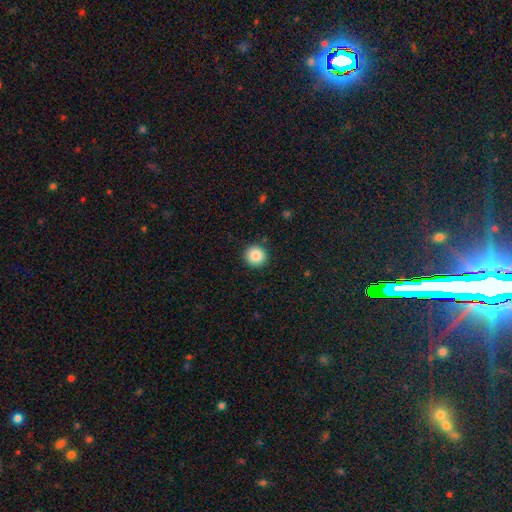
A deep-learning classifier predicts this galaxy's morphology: type=smooth (87%); roundness=round (94%); merging=none (92%).